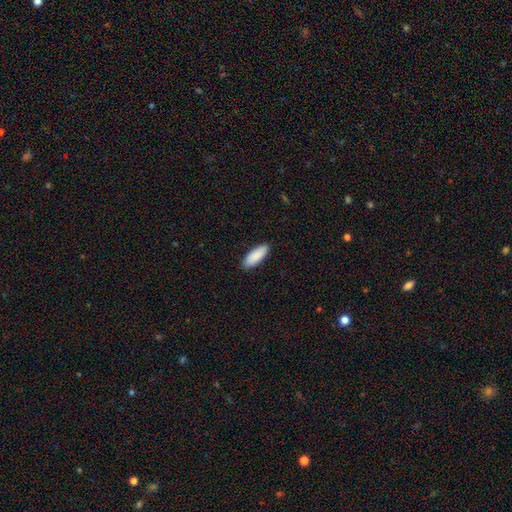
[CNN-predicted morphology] type=smooth (90%); roundness=in between (69%); merging=none (90%).